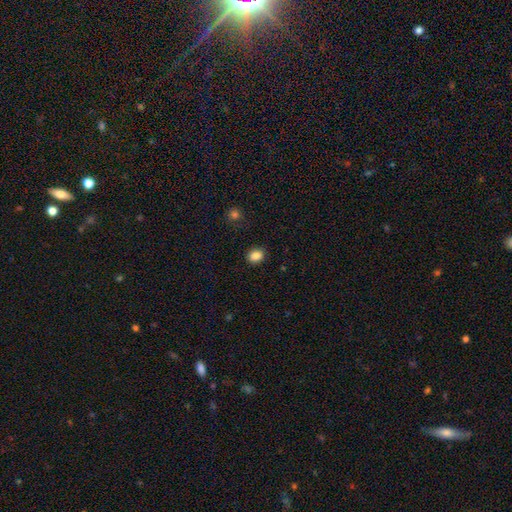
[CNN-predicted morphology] type=smooth (87%); roundness=in between (56%); merging=none (89%).